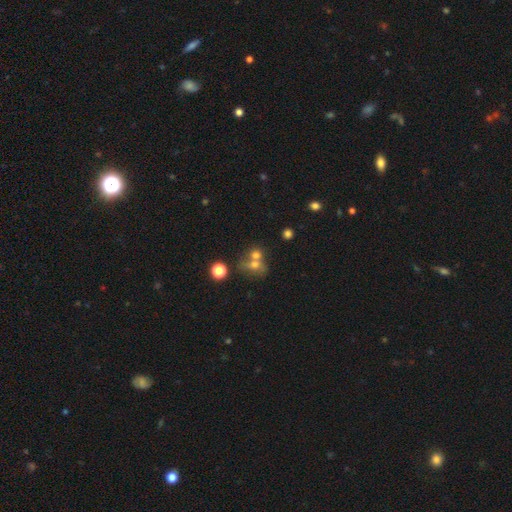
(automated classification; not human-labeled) Q: Smooth or featured?
A: smooth (53%); runner-up: star or artifact (25%)
Q: How rounded?
A: round (66%); runner-up: in between (31%)
Q: Merging?
A: merger (48%); runner-up: none (40%)